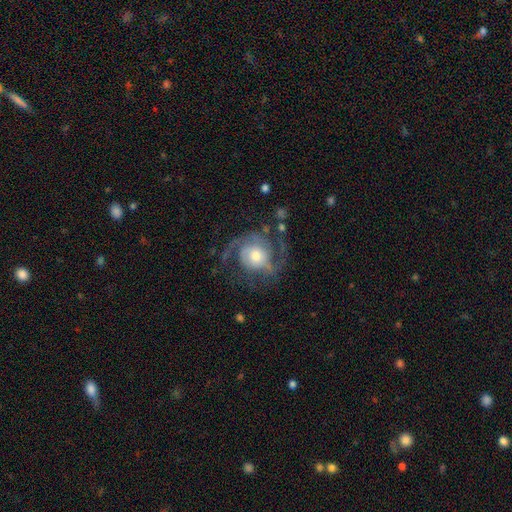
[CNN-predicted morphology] A featured or disk galaxy (82%) with no bar (70%), 2 (61%) medium (48%) spiral arms (94%) and a moderate central bulge (60%).

Vote fractions:
- Smooth or featured? featured or disk: 82% / smooth: 12% / star or artifact: 6%
- Edge-on disk? no: 98% / yes: 2%
- Bar? no: 70% / weak: 24% / strong: 6%
- Spiral arms? yes: 94% / no: 6%
- Spiral winding? medium: 48% / tight: 31% / loose: 21%
- Spiral arm count? 2: 61% / 3: 15% / can't tell: 11% / 1: 7% / 4: 3% / more than 4: 3%
- Bulge size? moderate: 60% / small: 18% / large: 18% / dominant: 2% / none: 2%
- Merging? none: 64% / major disturbance: 18% / minor disturbance: 17% / merger: 2%